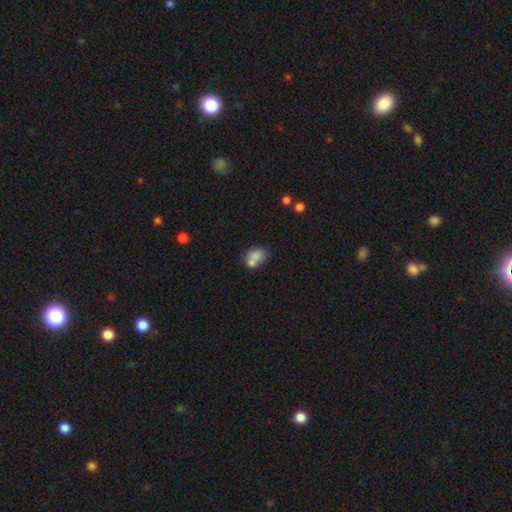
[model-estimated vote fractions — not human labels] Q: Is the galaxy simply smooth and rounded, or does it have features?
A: smooth — 76%.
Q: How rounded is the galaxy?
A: in between — 61%.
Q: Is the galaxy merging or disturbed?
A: merger — 43%.